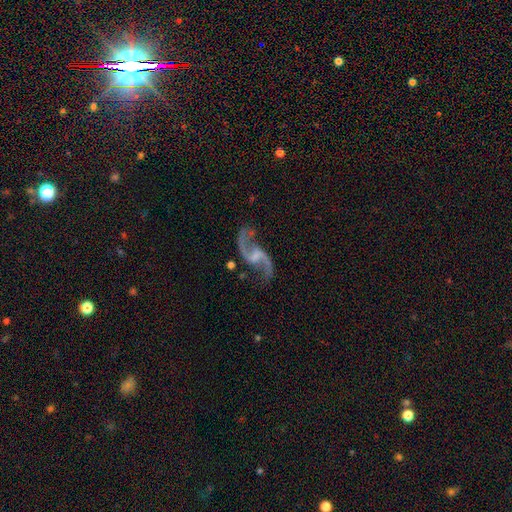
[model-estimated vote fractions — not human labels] Smooth or featured? Predicted: featured or disk (p=0.92). Edge-on disk? Predicted: no (p=0.98). Bar? Predicted: weak (p=0.52). Spiral arms? Predicted: yes (p=0.97). Spiral winding? Predicted: loose (p=0.81). Spiral arm count? Predicted: 2 (p=0.94). Bulge size? Predicted: none (p=0.48). Merging? Predicted: none (p=0.75).